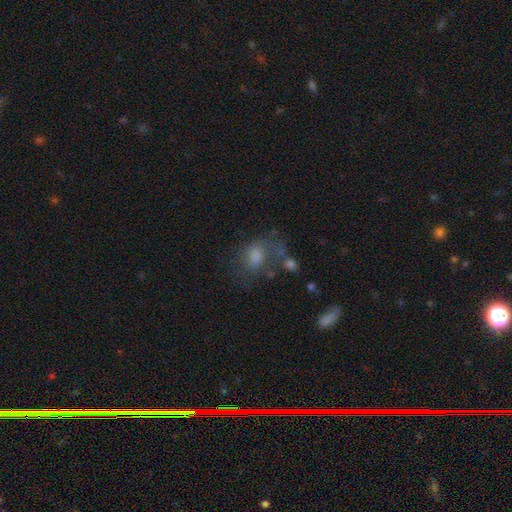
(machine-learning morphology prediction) smooth 53%, featured or disk 29%, star or artifact 18%. Down the decision tree: how rounded — in between (64%); merging — none (41%).